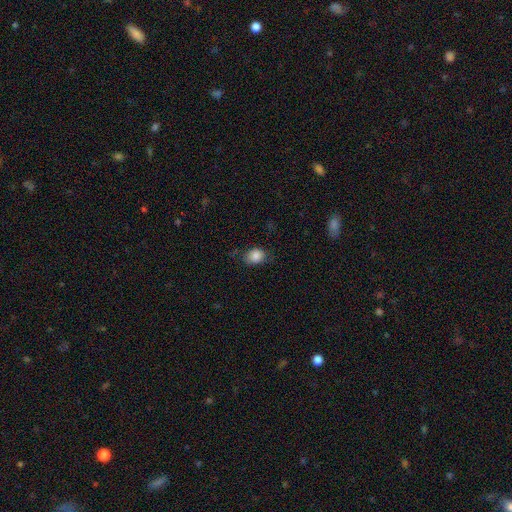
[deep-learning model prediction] Smooth or featured? Predicted: smooth (p=0.85). How rounded? Predicted: in between (p=0.58). Merging? Predicted: none (p=0.72).